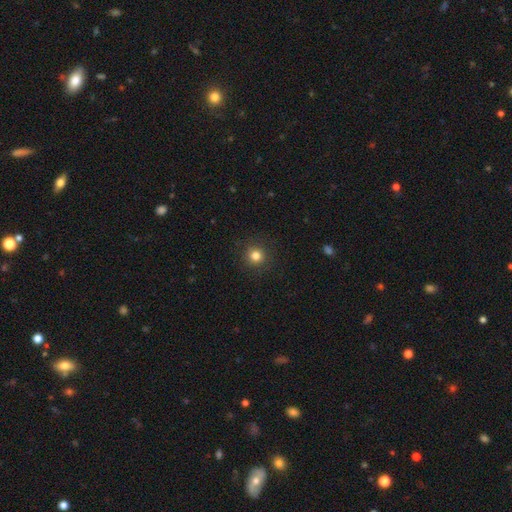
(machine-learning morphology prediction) The model was most divided on "smooth or featured": smooth: 82%, star or artifact: 13%, featured or disk: 5%. More confident: how rounded — round (95%); merging — none (91%).